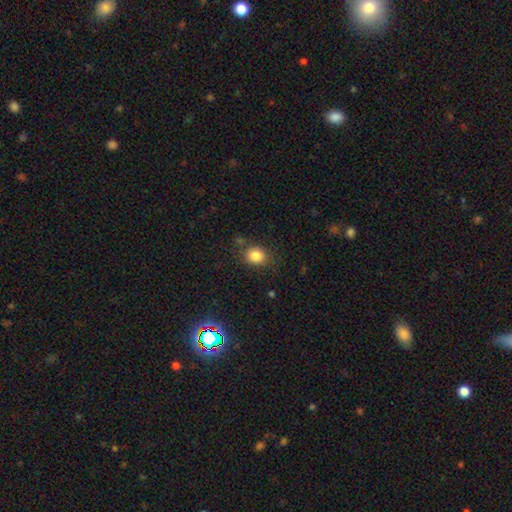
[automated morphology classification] Overall: smooth (84%). How rounded: round (60%; in between 39%). Merging: none (76%).